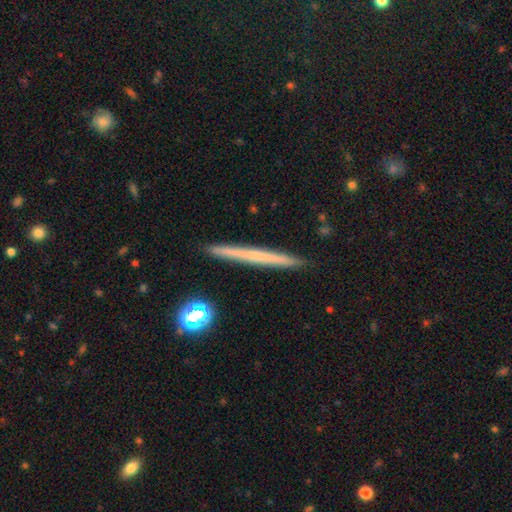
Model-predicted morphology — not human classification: smooth 49%, featured or disk 45%, star or artifact 7%. Down the decision tree: merging — none (92%).